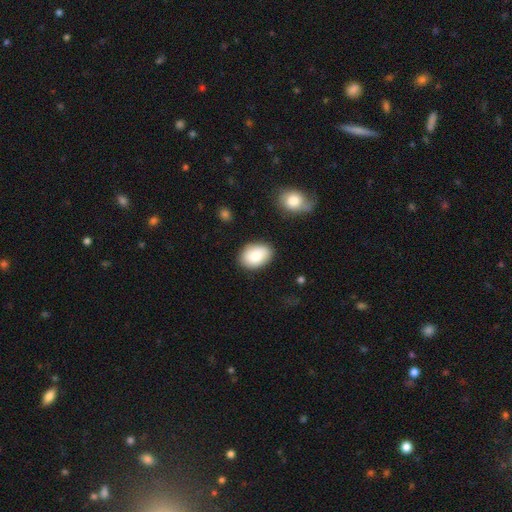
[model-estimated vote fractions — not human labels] The model was most divided on "how rounded": in between: 84%, round: 15%, cigar-shaped: 1%. More confident: smooth or featured — smooth (85%); merging — none (84%).